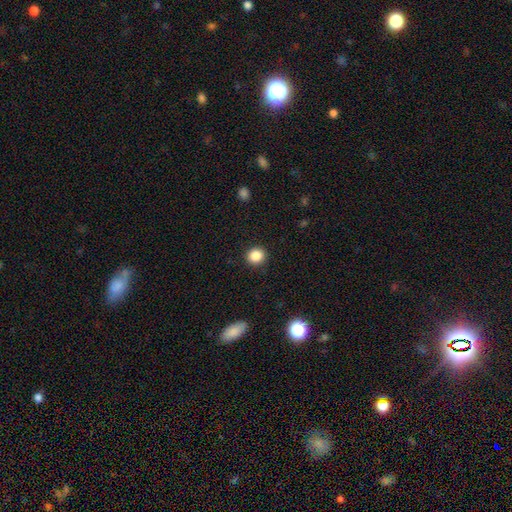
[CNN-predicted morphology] A smooth galaxy with no disk features (86%) that is round (87%).

Vote fractions:
- Smooth or featured? smooth: 86% / star or artifact: 10% / featured or disk: 4%
- How rounded? round: 87% / in between: 12% / cigar-shaped: 1%
- Merging? none: 91% / minor disturbance: 6% / major disturbance: 2% / merger: 1%